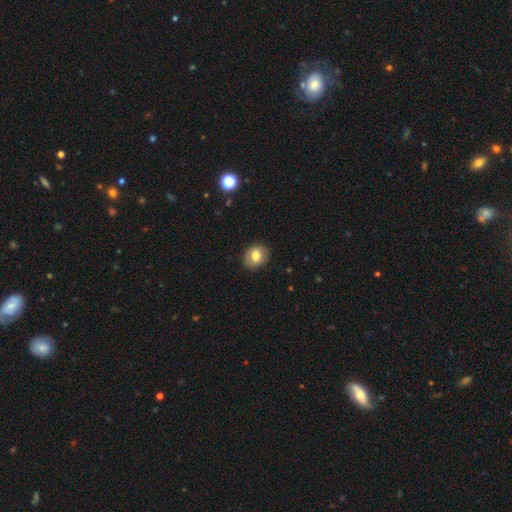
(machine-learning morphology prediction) Q: Smooth or featured?
A: smooth (79%); runner-up: featured or disk (12%)
Q: How rounded?
A: round (59%); runner-up: in between (40%)
Q: Merging?
A: none (87%); runner-up: minor disturbance (9%)